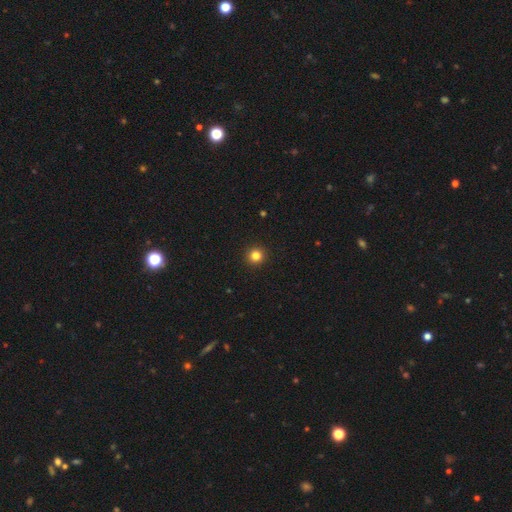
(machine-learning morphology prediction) A smooth galaxy with no disk features (82%) that is round (95%).

Vote fractions:
- Smooth or featured? smooth: 82% / star or artifact: 13% / featured or disk: 5%
- How rounded? round: 95% / in between: 4% / cigar-shaped: 1%
- Merging? none: 94% / minor disturbance: 4% / major disturbance: 1% / merger: 1%